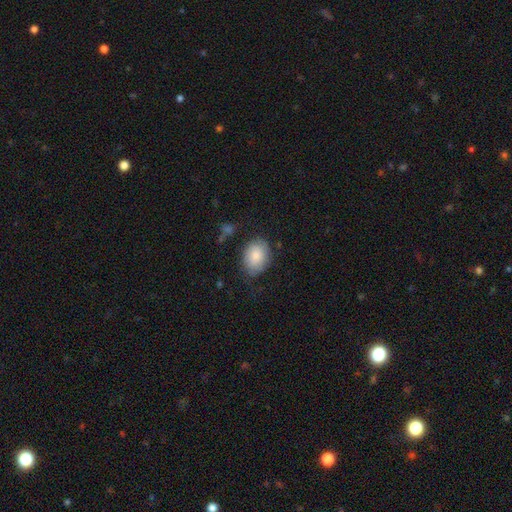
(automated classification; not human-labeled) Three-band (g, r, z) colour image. It shows a smooth galaxy with no disk features (79%) that is in between round and cigar-shaped (70%). Merging: none (68%).